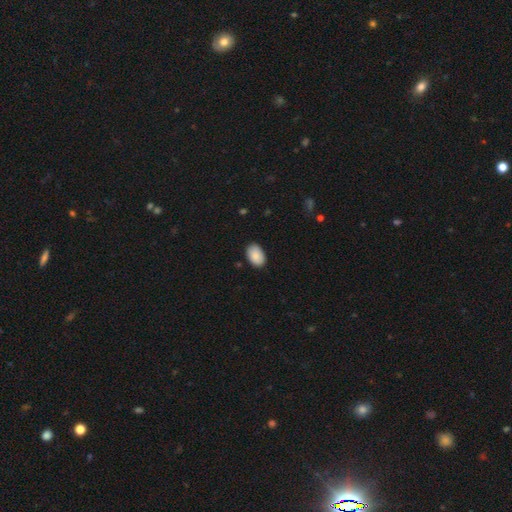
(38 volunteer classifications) Smooth or featured?
  - smooth: 100% *
  - featured or disk: 0%
  - star or artifact: 0%
How rounded?
  - in between: 100% *
  - round: 0%
  - cigar-shaped: 0%
Merging?
  - none: 89% *
  - minor disturbance: 8%
  - major disturbance: 3%
  - merger: 0%